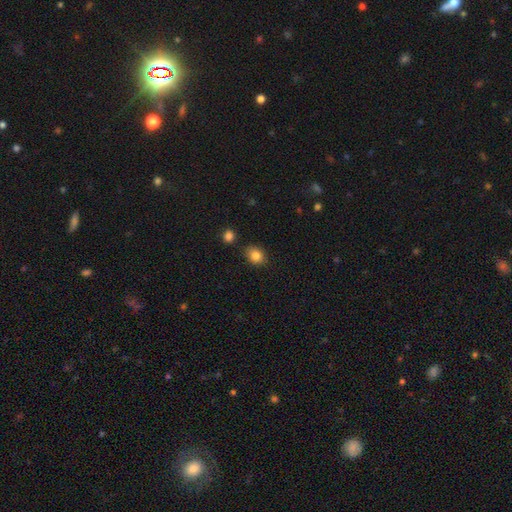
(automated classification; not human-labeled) Smooth or featured? smooth (84%)
How rounded? in between (53%)
Merging? none (83%)